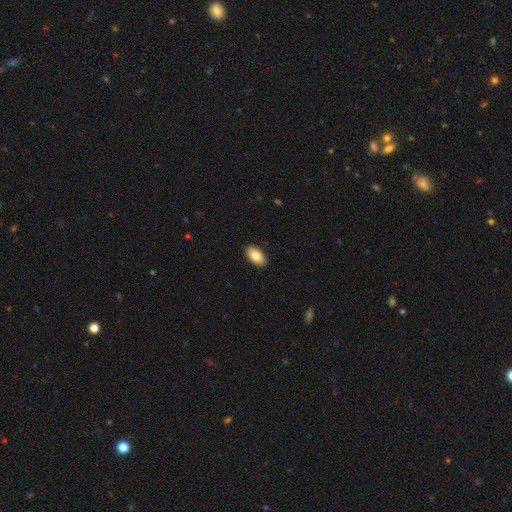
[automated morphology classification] A smooth galaxy with no disk features (85%) that is in between round and cigar-shaped (94%). Merging: none (90%).